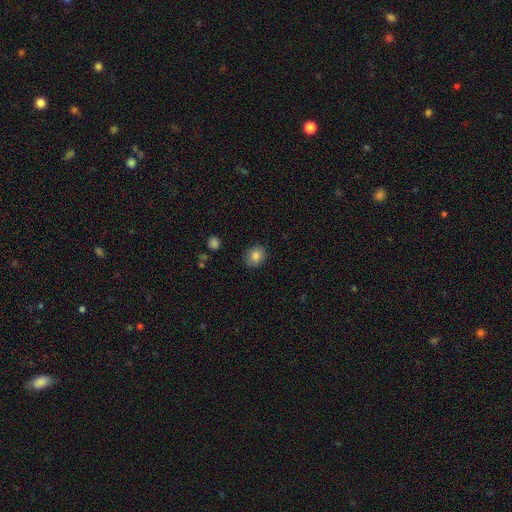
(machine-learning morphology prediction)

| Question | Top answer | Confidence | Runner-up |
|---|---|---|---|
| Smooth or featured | smooth | 84% | star or artifact (10%) |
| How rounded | round | 70% | in between (29%) |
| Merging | none | 88% | minor disturbance (8%) |